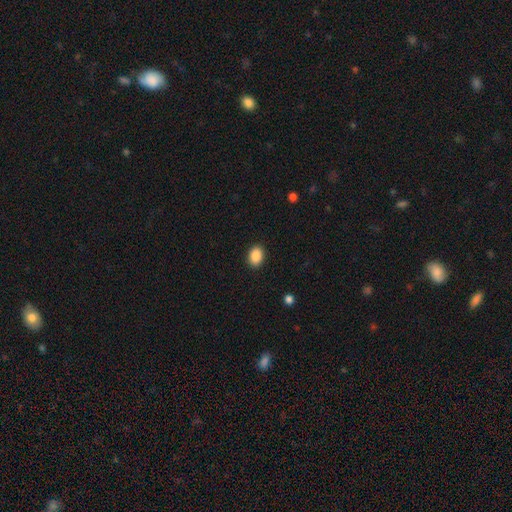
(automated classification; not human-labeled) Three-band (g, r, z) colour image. It shows a smooth galaxy with no disk features (89%) that is in between round and cigar-shaped (79%). Merging: none (90%).